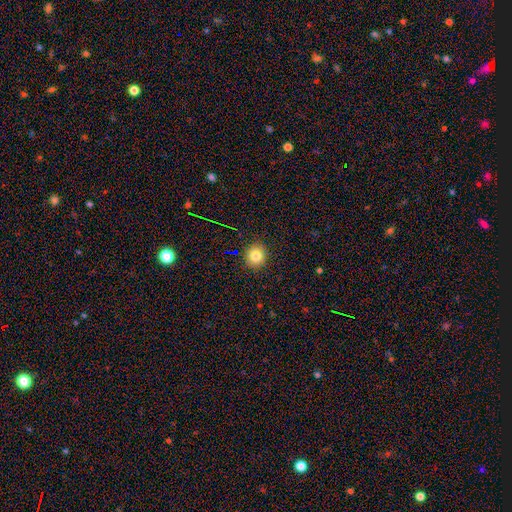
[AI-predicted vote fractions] The model was most divided on "smooth or featured": smooth: 80%, star or artifact: 12%, featured or disk: 7%. More confident: merging — none (90%); how rounded — round (86%).